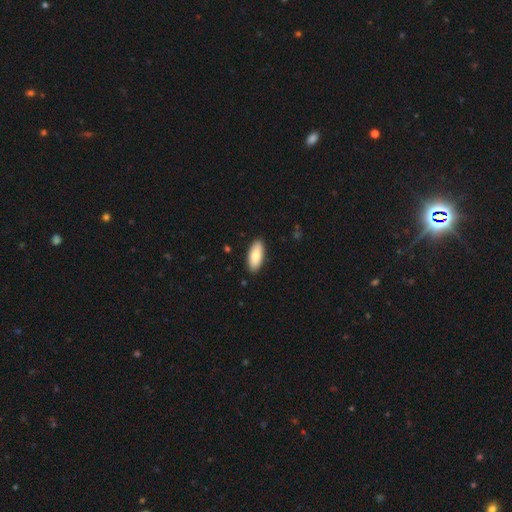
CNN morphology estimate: Overall: smooth (83%). How rounded: in between (86%). Merging: none (89%).